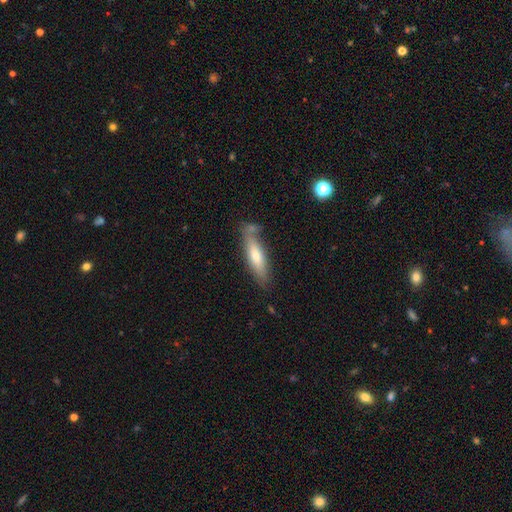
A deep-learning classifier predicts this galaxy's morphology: Q: Smooth or featured?
A: smooth (66%); runner-up: featured or disk (28%)
Q: How rounded?
A: cigar-shaped (68%); runner-up: in between (31%)
Q: Merging?
A: none (68%); runner-up: minor disturbance (18%)